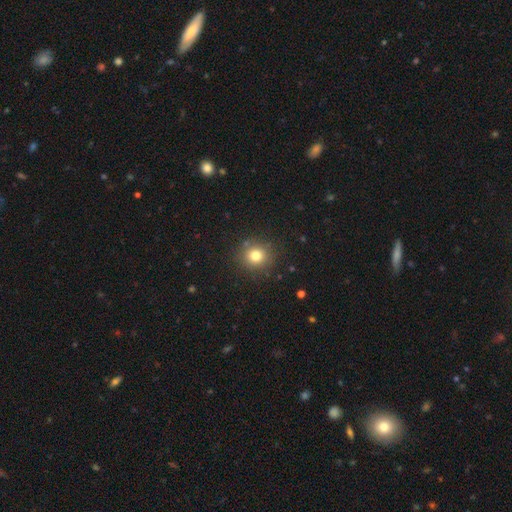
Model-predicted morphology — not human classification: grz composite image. It shows a smooth galaxy with no disk features (78%) that is round (90%). Merging: none (88%).